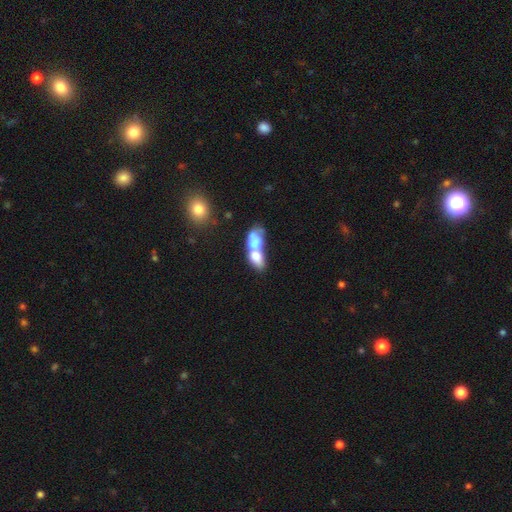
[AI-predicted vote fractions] Morphology: type=smooth (59%); roundness=in between (77%); merging=merger (73%).